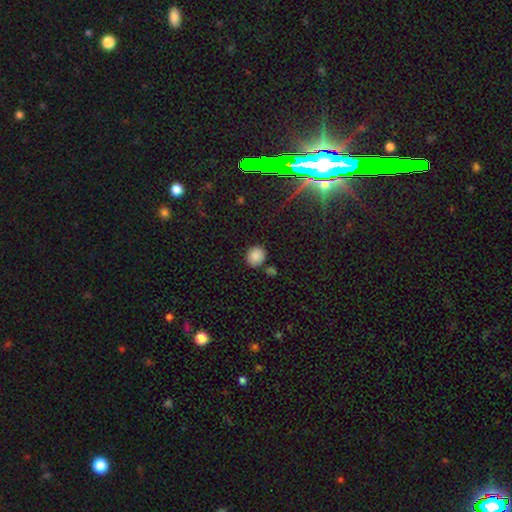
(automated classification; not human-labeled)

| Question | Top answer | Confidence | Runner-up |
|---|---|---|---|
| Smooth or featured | smooth | 86% | star or artifact (10%) |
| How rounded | round | 76% | in between (23%) |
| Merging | none | 81% | minor disturbance (10%) |